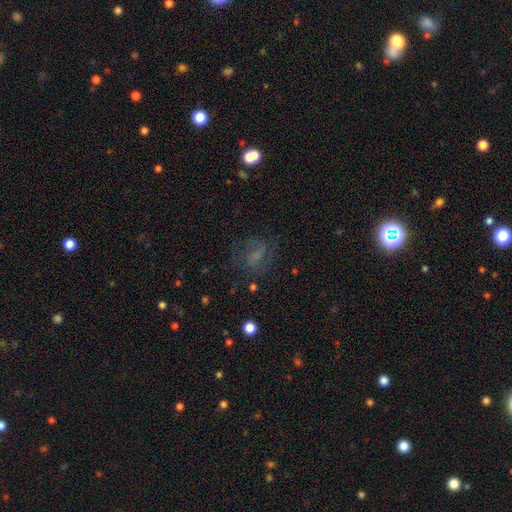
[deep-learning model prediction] The model was most divided on "smooth or featured": featured or disk: 43%, smooth: 37%, star or artifact: 21%. More confident: merging — none (65%).